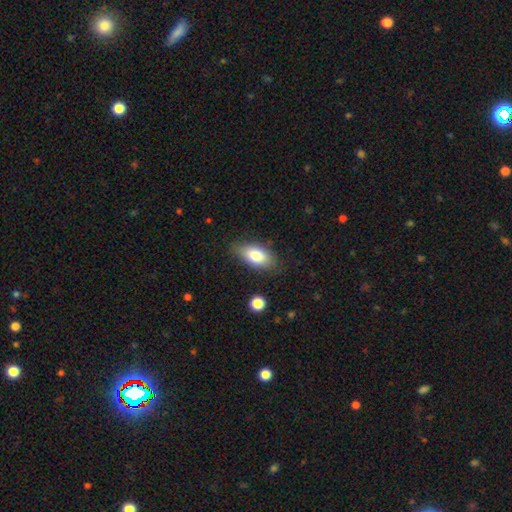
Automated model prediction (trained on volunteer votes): Smooth or featured: smooth — 78% (featured or disk — 14%)
How rounded: in between — 90% (cigar-shaped — 6%)
Merging: none — 81% (minor disturbance — 14%)